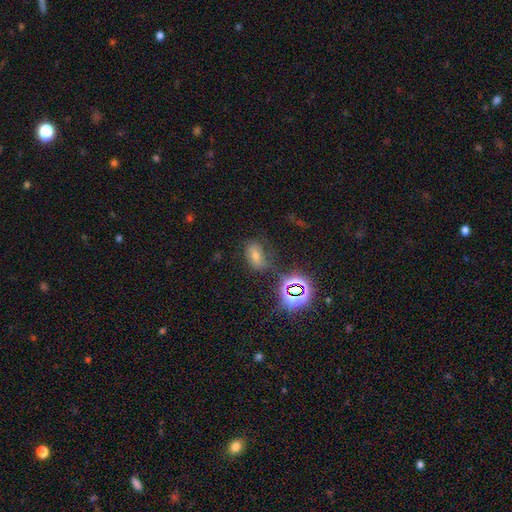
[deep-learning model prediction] Smooth or featured? Predicted: star or artifact (p=0.45).